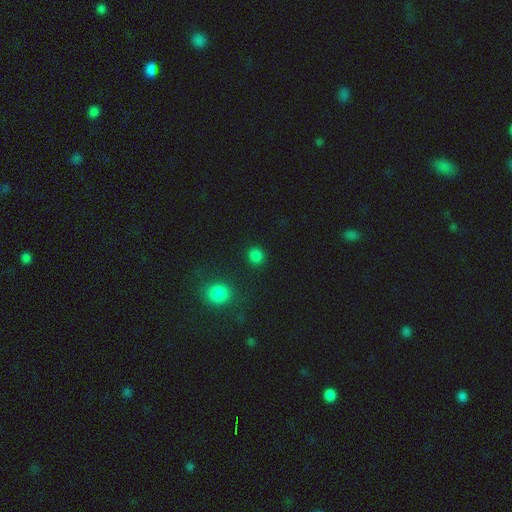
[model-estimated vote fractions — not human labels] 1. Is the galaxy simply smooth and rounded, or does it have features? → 82% smooth, 15% star or artifact, 3% featured or disk.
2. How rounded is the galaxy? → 88% round, 11% in between, 1% cigar-shaped.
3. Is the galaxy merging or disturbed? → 89% none, 6% minor disturbance, 3% major disturbance, 3% merger.